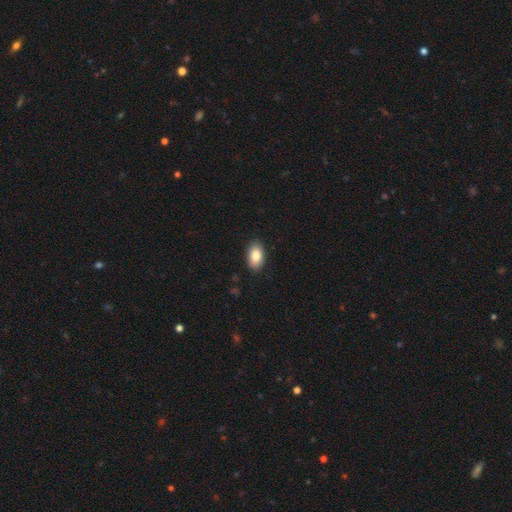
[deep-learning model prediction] A smooth galaxy with no disk features (86%) that is in between round and cigar-shaped (93%).

Vote fractions:
- Smooth or featured? smooth: 86% / featured or disk: 7% / star or artifact: 7%
- How rounded? in between: 93% / round: 5% / cigar-shaped: 2%
- Merging? none: 89% / minor disturbance: 8% / major disturbance: 2% / merger: 1%